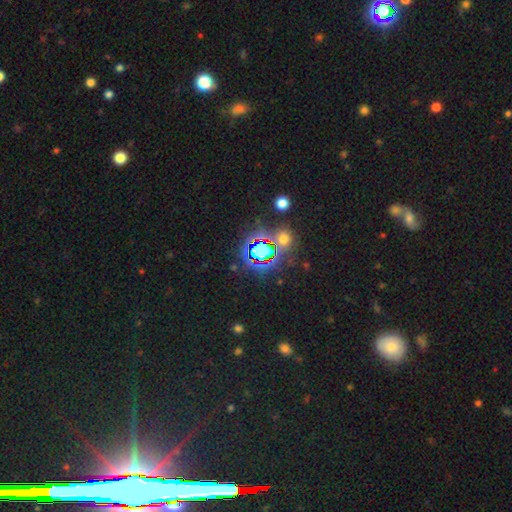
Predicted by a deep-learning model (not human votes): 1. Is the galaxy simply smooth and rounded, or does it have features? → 80% star or artifact, 12% smooth, 8% featured or disk.